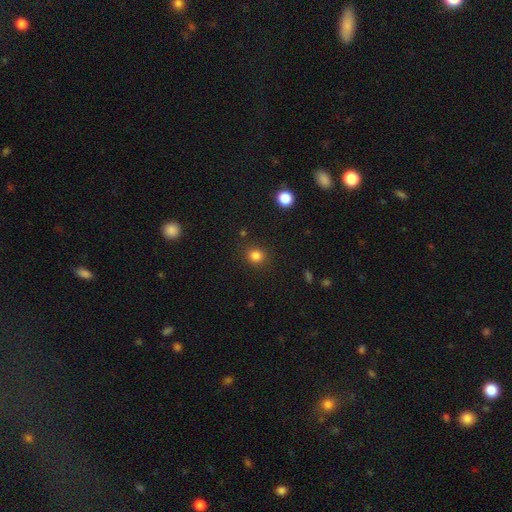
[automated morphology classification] The model was most divided on "how rounded": round: 80%, in between: 19%, cigar-shaped: 1%. More confident: merging — none (88%); smooth or featured — smooth (83%).